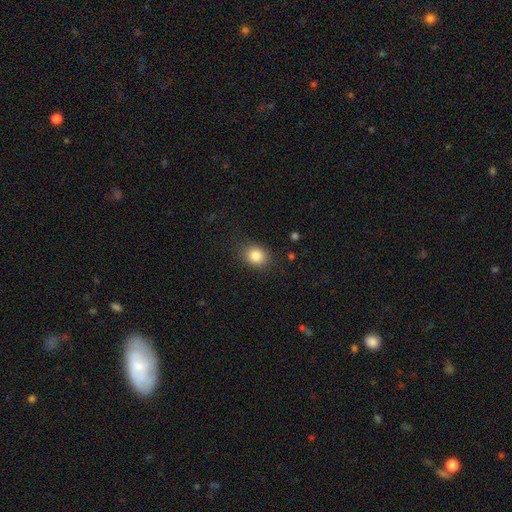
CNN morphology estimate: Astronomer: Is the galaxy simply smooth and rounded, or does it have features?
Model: smooth — 84%.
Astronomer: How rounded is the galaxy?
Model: round — 56% (runner-up: in between, 43%).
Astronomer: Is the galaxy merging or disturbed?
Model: none — 84%.